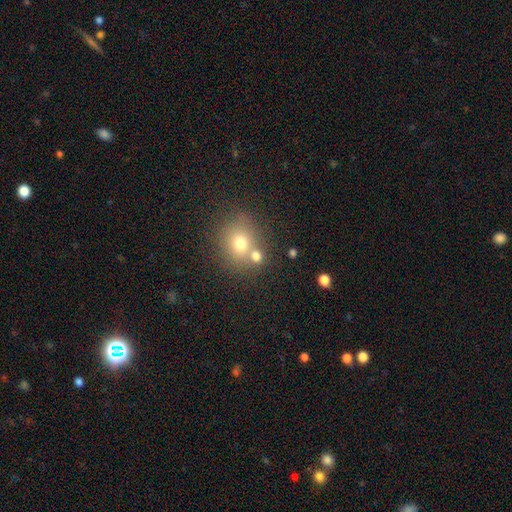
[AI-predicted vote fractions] Smooth or featured? smooth (73%)
How rounded? round (74%)
Merging? none (52%)